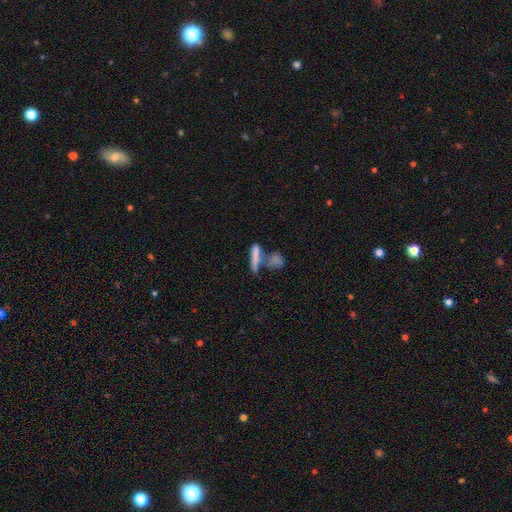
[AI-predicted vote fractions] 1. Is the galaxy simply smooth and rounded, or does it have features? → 69% smooth, 21% featured or disk, 10% star or artifact.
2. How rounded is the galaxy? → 73% cigar-shaped, 22% in between, 5% round.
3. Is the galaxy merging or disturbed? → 41% merger, 40% none, 11% minor disturbance, 8% major disturbance.